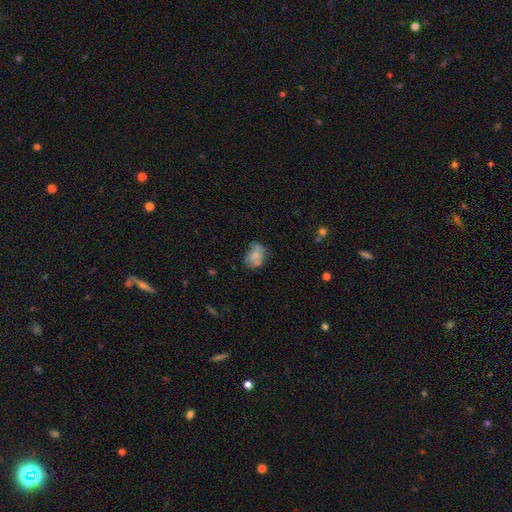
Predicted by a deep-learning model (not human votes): smooth_or_featured: smooth (p=0.63) [alt: featured or disk p=0.27]
how_rounded: in between (p=0.55) [alt: round p=0.44]
merging: none (p=0.47) [alt: minor disturbance p=0.30]